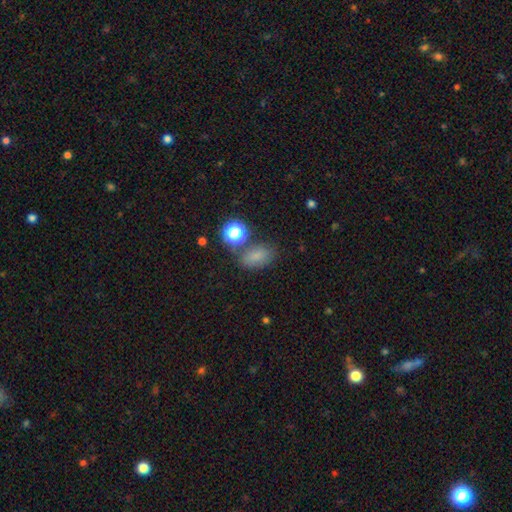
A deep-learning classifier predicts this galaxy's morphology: Smooth or featured? smooth (74%)
How rounded? in between (79%)
Merging? none (66%)